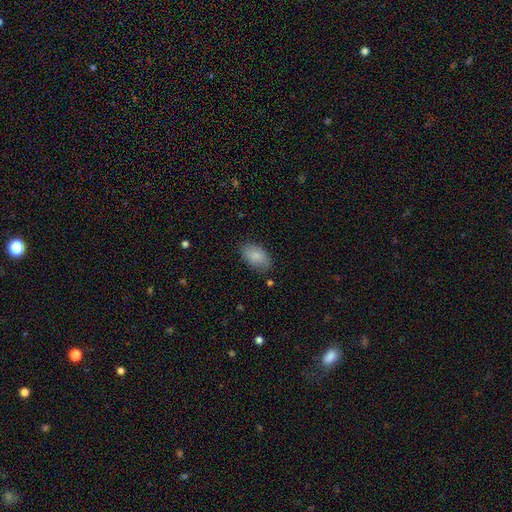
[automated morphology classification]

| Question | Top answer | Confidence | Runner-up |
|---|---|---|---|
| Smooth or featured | smooth | 86% | featured or disk (7%) |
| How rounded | in between | 93% | round (5%) |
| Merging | none | 81% | minor disturbance (15%) |